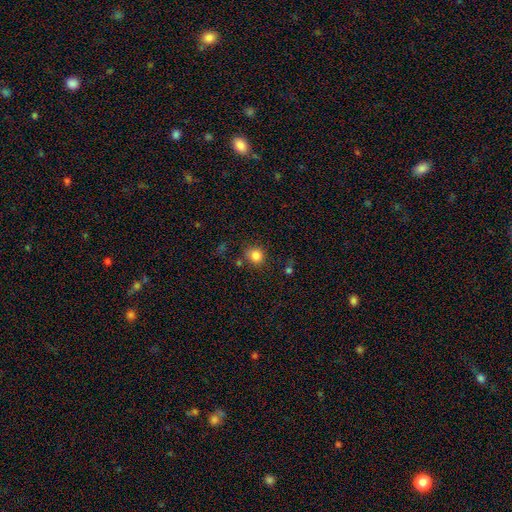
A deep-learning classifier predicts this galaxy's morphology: smooth 84%, star or artifact 11%, featured or disk 5%. Down the decision tree: how rounded — round (85%); merging — none (79%).